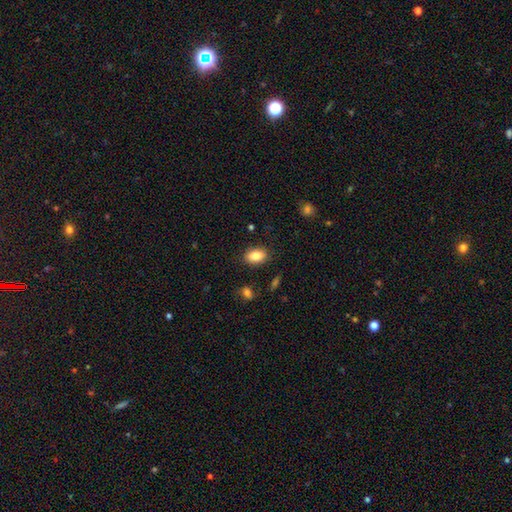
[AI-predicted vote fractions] Smooth or featured?
  - smooth: 85% *
  - star or artifact: 8%
  - featured or disk: 7%
How rounded?
  - in between: 87% *
  - round: 11%
  - cigar-shaped: 2%
Merging?
  - none: 86% *
  - minor disturbance: 10%
  - major disturbance: 3%
  - merger: 2%